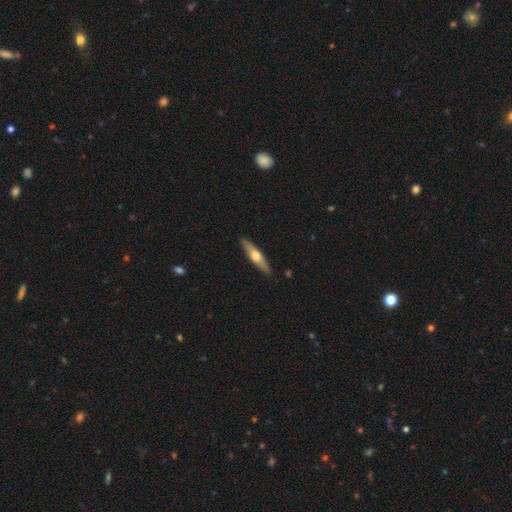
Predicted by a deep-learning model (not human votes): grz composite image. It shows a featured or disk galaxy (48%). Merging: none (90%).